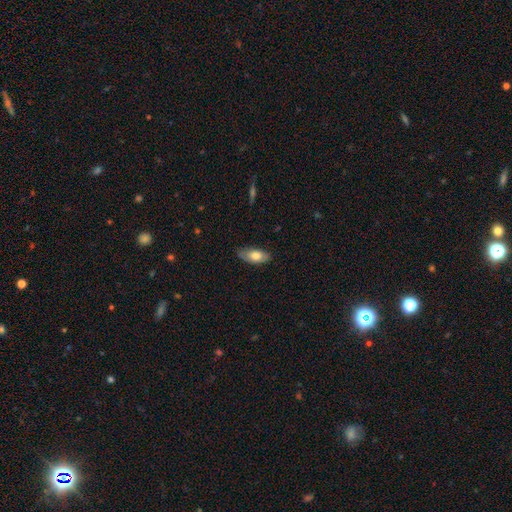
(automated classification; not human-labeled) Smooth or featured? smooth (72%)
How rounded? in between (88%)
Merging? none (78%)